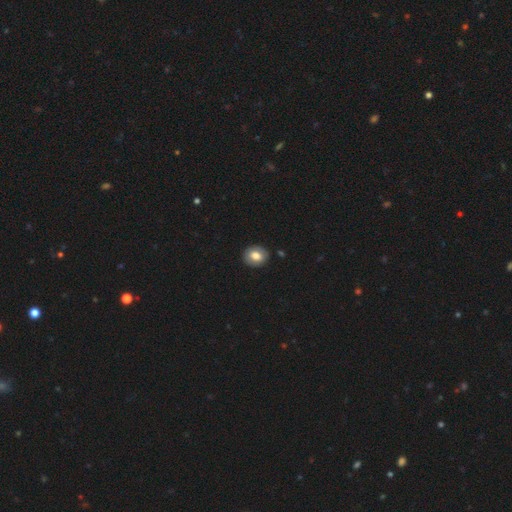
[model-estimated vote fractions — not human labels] Smooth or featured? smooth (75%)
How rounded? round (55%)
Merging? none (87%)